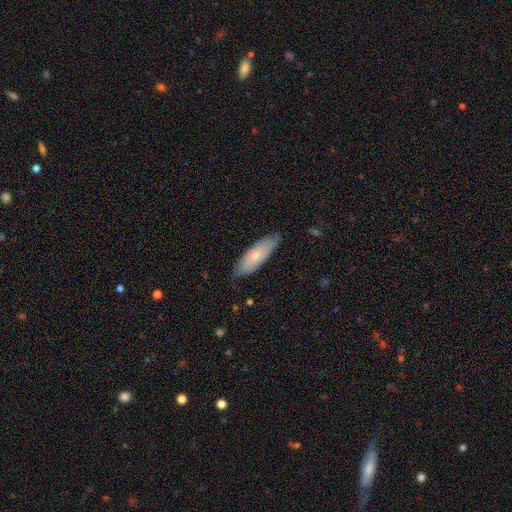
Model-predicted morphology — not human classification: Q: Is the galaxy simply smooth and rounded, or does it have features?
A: smooth — 63%.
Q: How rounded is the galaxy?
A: in between — 56%.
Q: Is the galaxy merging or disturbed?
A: none — 80%.